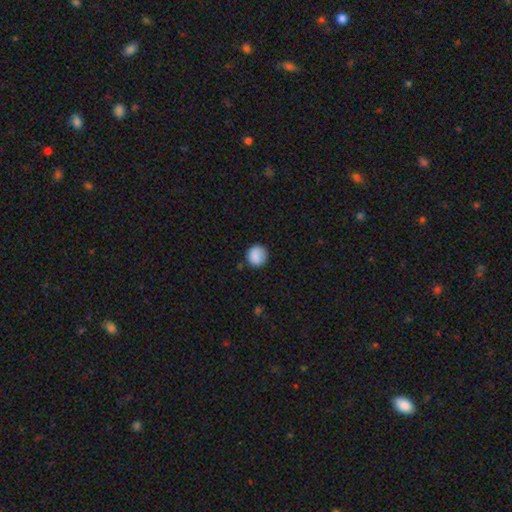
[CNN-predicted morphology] smooth_or_featured: smooth (p=0.86) [alt: star or artifact p=0.07]
how_rounded: round (p=0.92) [alt: in between p=0.07]
merging: none (p=0.83) [alt: minor disturbance p=0.12]